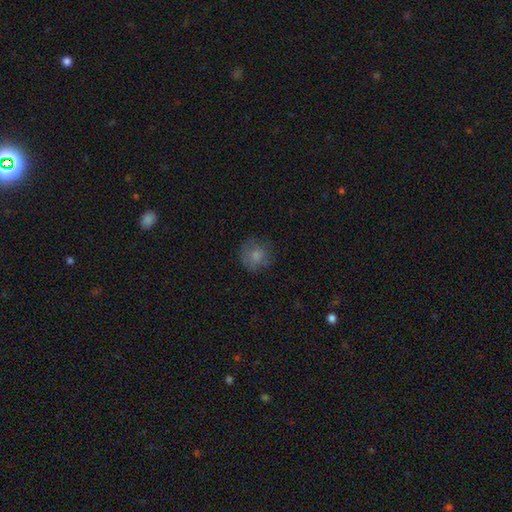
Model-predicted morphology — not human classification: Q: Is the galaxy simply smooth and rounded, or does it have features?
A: smooth — 76%.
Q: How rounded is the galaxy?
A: round — 89%.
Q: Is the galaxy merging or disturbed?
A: none — 72%.